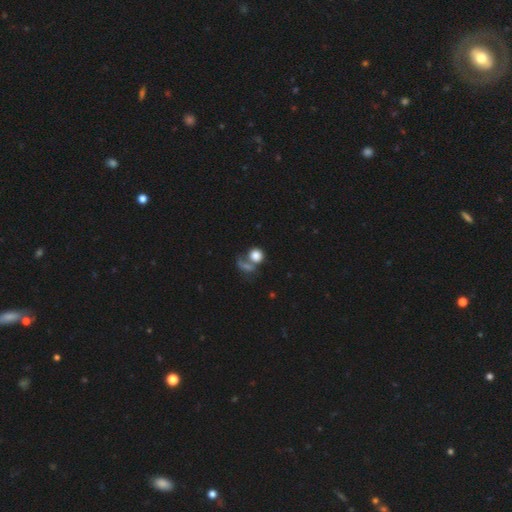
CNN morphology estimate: type=smooth (79%); roundness=round (79%); merging=merger (40%).